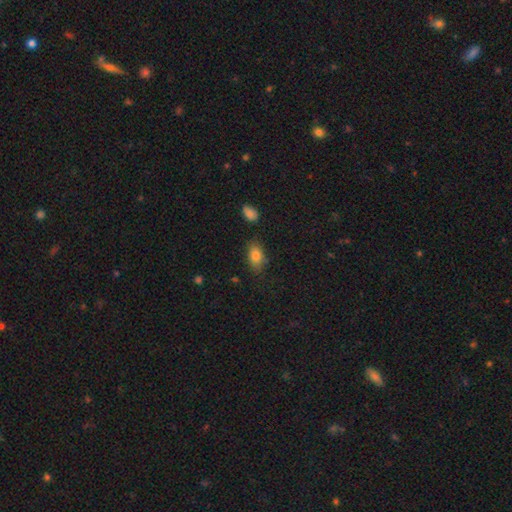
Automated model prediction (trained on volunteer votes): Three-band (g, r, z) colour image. It shows a smooth galaxy with no disk features (82%) that is in between round and cigar-shaped (87%). Merging: none (78%).